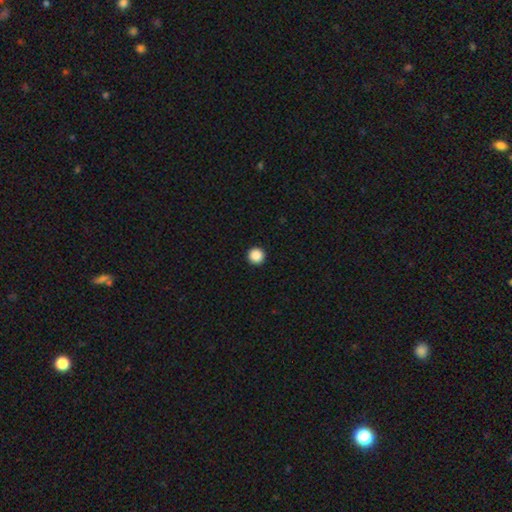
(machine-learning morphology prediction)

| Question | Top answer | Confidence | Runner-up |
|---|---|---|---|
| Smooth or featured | smooth | 88% | star or artifact (10%) |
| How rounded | round | 97% | in between (2%) |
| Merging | none | 94% | minor disturbance (3%) |